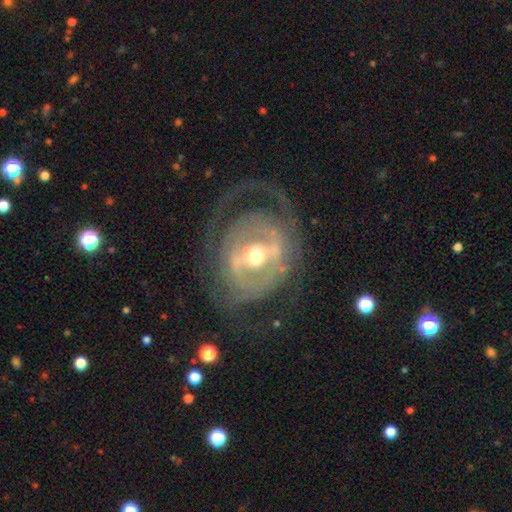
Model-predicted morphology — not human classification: A featured or disk galaxy (81%) with a weak bar (36%), 2 (43%) tight (44%) spiral arms (67%) and a moderate central bulge (63%). Merging: none (52%).